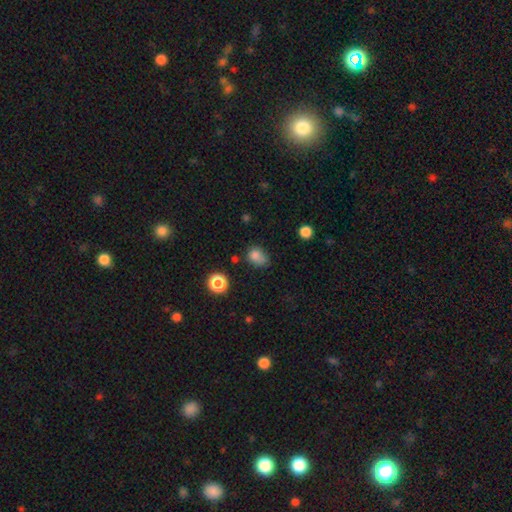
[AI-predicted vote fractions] smooth 79%, star or artifact 14%, featured or disk 7%. Down the decision tree: how rounded — in between (51%); merging — none (46%).